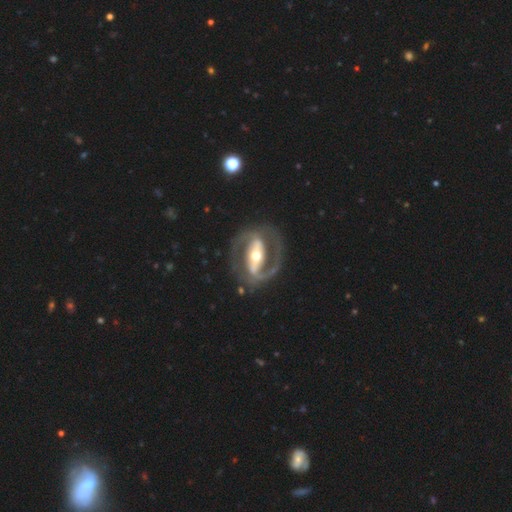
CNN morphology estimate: Smooth or featured? featured or disk (88%)
Edge-on disk? no (95%)
Bar? strong (70%)
Spiral arms? yes (86%)
Spiral winding? medium (51%)
Spiral arm count? 2 (88%)
Bulge size? moderate (69%)
Merging? none (79%)